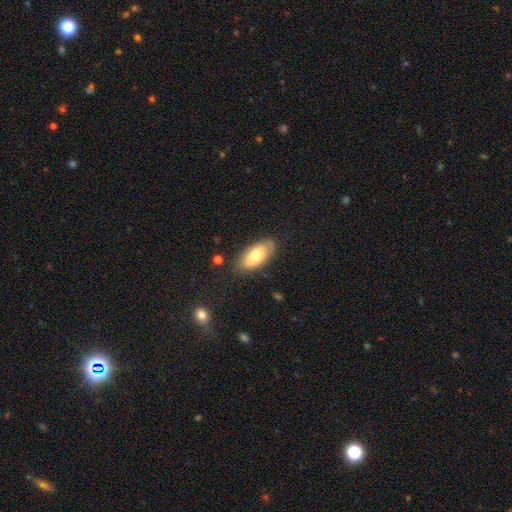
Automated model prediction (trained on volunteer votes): Q: Smooth or featured?
A: smooth (74%); runner-up: featured or disk (20%)
Q: How rounded?
A: in between (91%); runner-up: cigar-shaped (7%)
Q: Merging?
A: none (79%); runner-up: minor disturbance (16%)